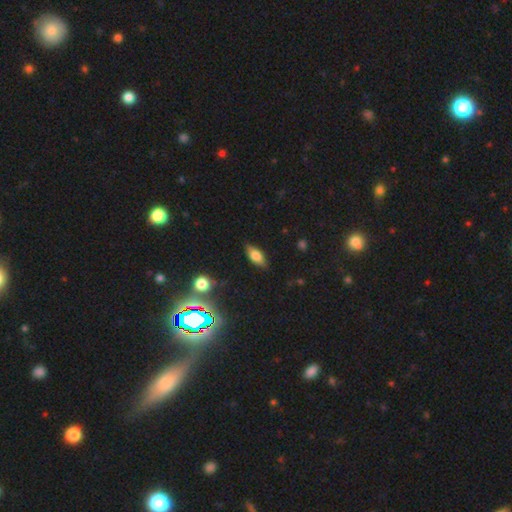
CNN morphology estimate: The model was most divided on "smooth or featured": smooth: 63%, featured or disk: 27%, star or artifact: 10%. More confident: merging — none (83%); how rounded — in between (78%).